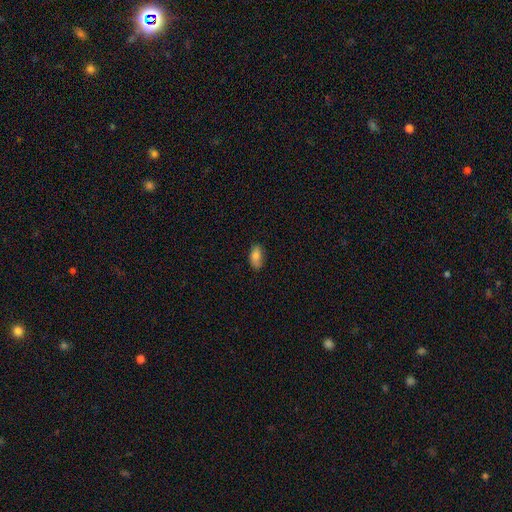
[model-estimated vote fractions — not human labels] A smooth galaxy with no disk features (82%) that is in between round and cigar-shaped (91%). Merging: none (73%).